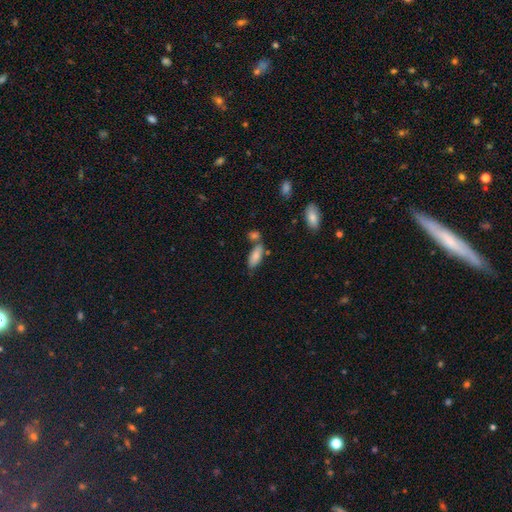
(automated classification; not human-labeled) Morphology: type=smooth (79%); roundness=in between (73%); merging=none (55%).